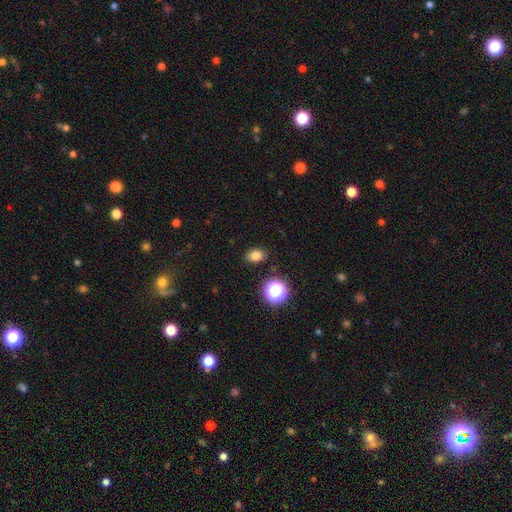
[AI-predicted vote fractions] smooth 80%, star or artifact 14%, featured or disk 6%. Down the decision tree: how rounded — in between (66%); merging — none (87%).